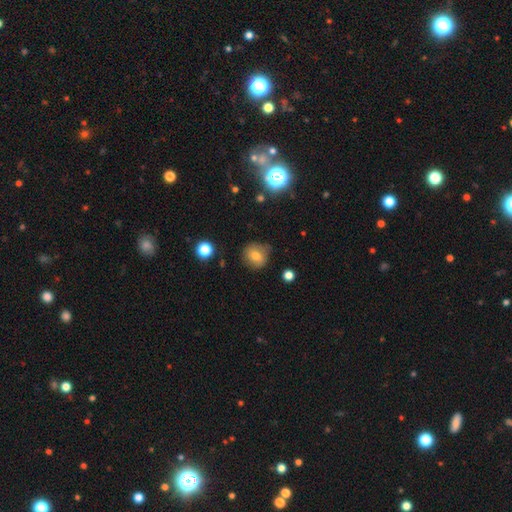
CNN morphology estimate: This appears to be a smooth galaxy with no disk features (72%) that is round (79%). Merging: none (70%).